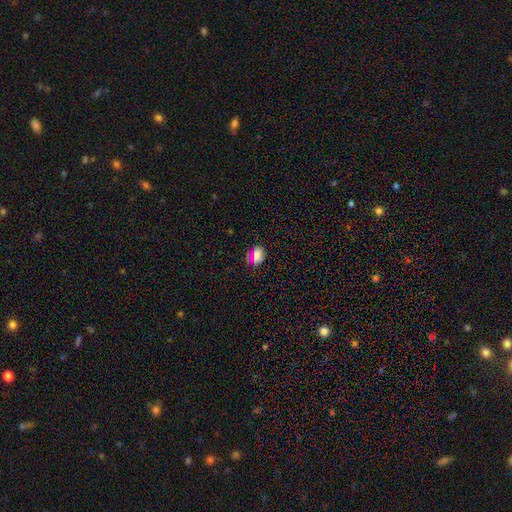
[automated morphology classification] Smooth or featured: smooth — 71% (star or artifact — 22%)
How rounded: in between — 54% (round — 43%)
Merging: none — 79% (minor disturbance — 15%)